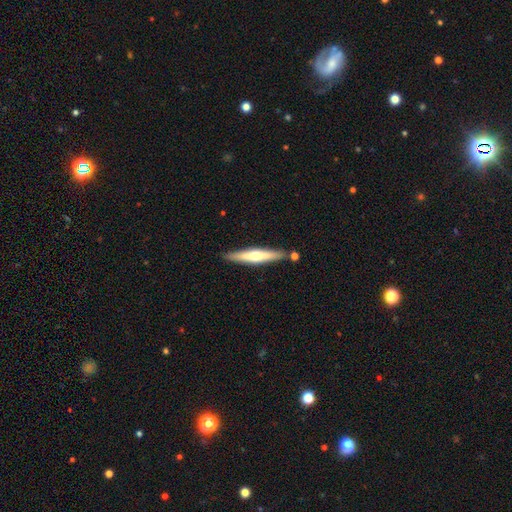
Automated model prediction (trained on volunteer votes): Q: Smooth or featured?
A: featured or disk (54%); runner-up: smooth (41%)
Q: Edge-on disk?
A: yes (95%); runner-up: no (5%)
Q: Edge-on bulge?
A: rounded (85%); runner-up: none (10%)
Q: Merging?
A: none (83%); runner-up: minor disturbance (10%)